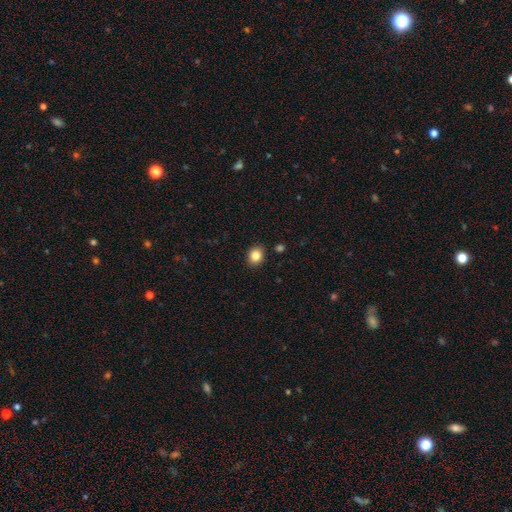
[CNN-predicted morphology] Overall: smooth (84%). How rounded: round (67%; in between 33%). Merging: none (90%).